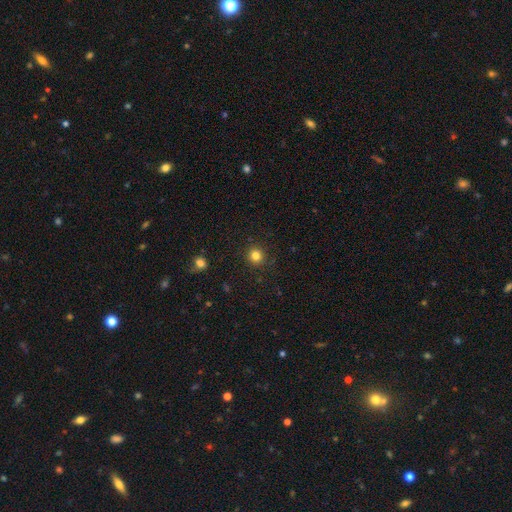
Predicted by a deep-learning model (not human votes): Overall: smooth (82%). How rounded: round (93%). Merging: none (91%).